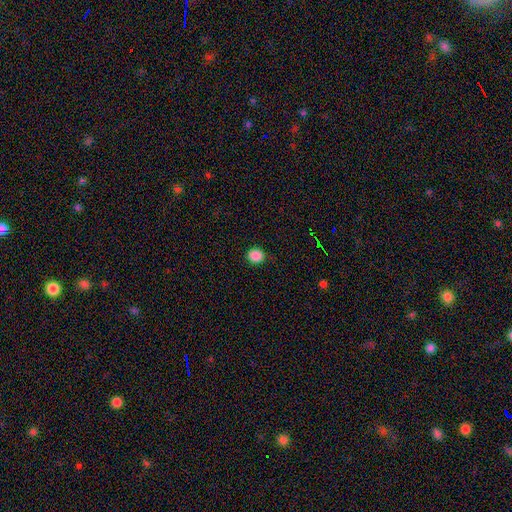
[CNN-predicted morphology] A smooth galaxy with no disk features (87%) that is round (84%). Merging: none (89%).